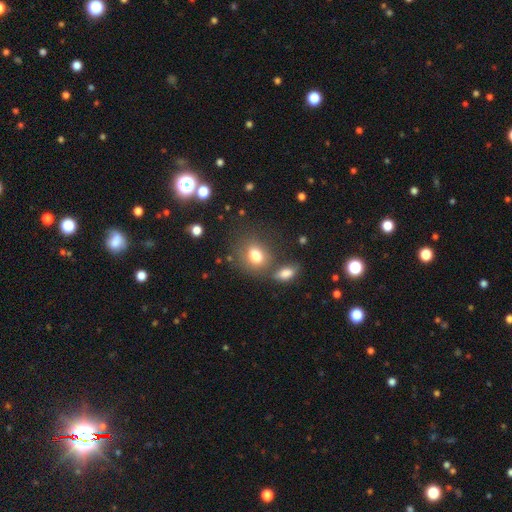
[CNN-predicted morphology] This appears to be a smooth galaxy with no disk features (80%) that is in between round and cigar-shaped (53%). Merging: none (61%).